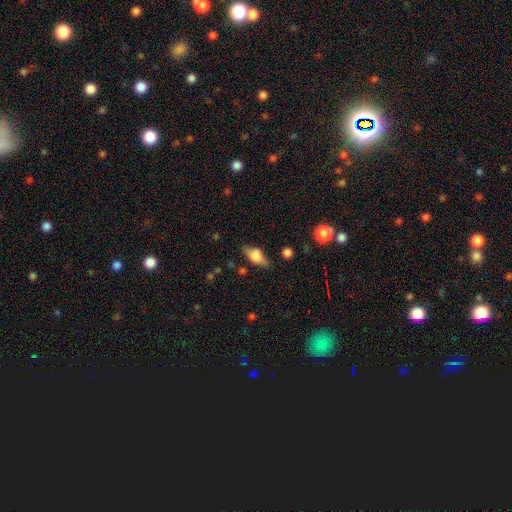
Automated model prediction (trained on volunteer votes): The model was most divided on "smooth or featured": smooth: 56%, featured or disk: 36%, star or artifact: 8%. More confident: merging — none (77%); how rounded — in between (76%).